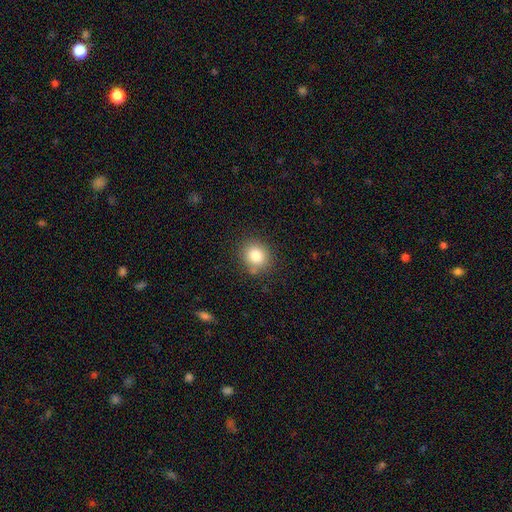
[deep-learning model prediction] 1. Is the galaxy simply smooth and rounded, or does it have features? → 82% smooth, 11% star or artifact, 7% featured or disk.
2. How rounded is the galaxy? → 74% round, 25% in between, 1% cigar-shaped.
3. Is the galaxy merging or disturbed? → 83% none, 11% minor disturbance, 3% major disturbance, 3% merger.